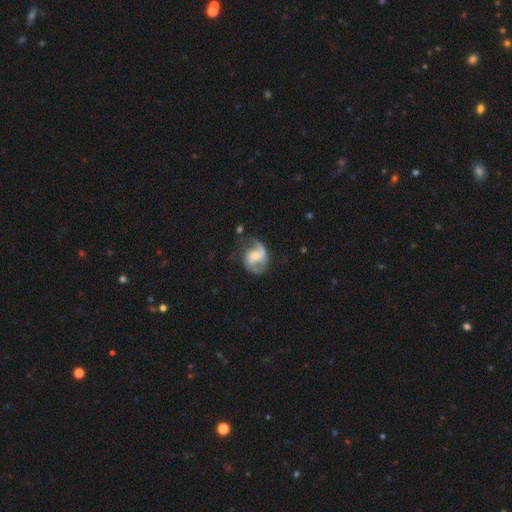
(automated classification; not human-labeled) This is clearly a featured or disk galaxy (81%). It is clearly not viewed edge-on (97%). Bar: possibly no (50%). Spiral arm pattern: clearly yes (93%). Spiral arm count: likely 2 (79%). Spiral winding: possibly medium (45%). Central bulge: possibly moderate (52%). Merging: possibly none (57%).